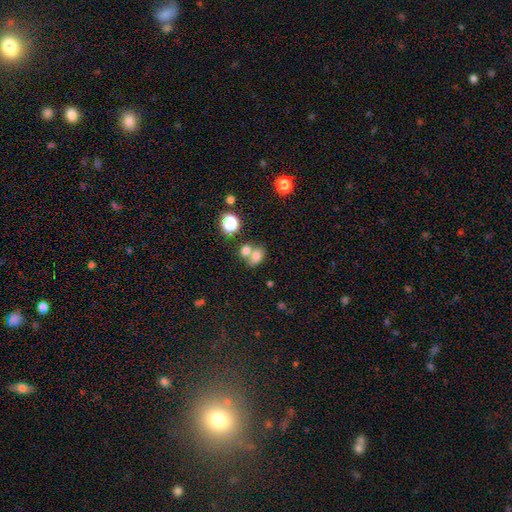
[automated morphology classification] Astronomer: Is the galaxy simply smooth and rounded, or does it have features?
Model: smooth — 72%.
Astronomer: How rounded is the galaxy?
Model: in between — 62%.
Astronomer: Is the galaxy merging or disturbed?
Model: merger — 53% (runner-up: none, 33%).